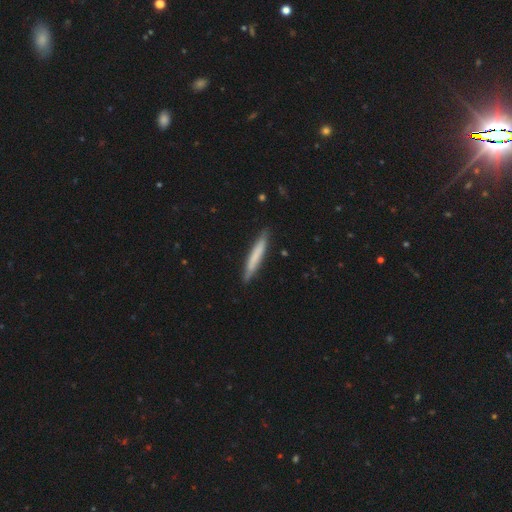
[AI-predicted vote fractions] smooth_or_featured: smooth (p=0.67) [alt: featured or disk p=0.28]
how_rounded: cigar-shaped (p=0.95) [alt: in between p=0.04]
merging: none (p=0.86) [alt: minor disturbance p=0.11]